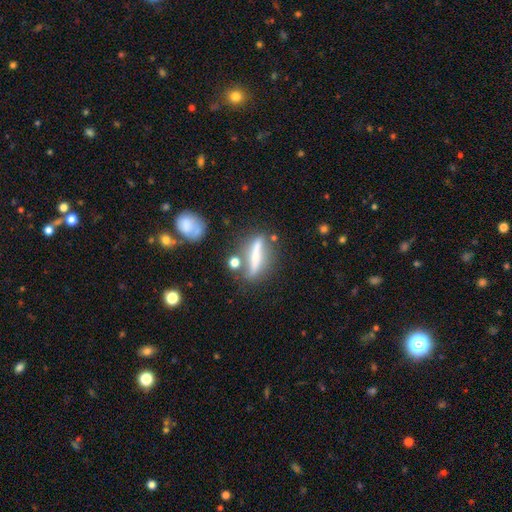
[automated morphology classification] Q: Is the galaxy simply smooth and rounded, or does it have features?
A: featured or disk — 55%.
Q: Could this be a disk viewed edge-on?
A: yes — 73%.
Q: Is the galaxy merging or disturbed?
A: none — 68%.